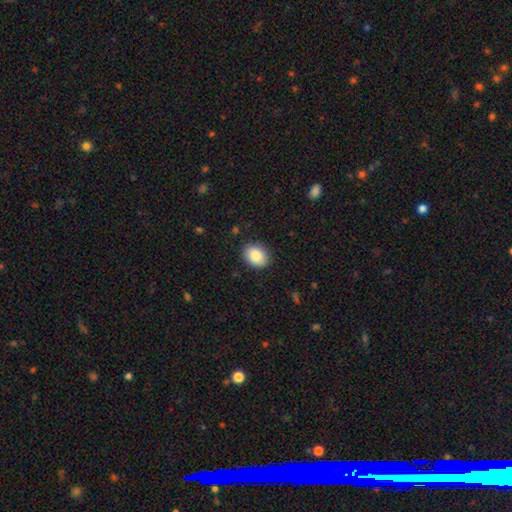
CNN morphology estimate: smooth 87%, star or artifact 7%, featured or disk 6%. Down the decision tree: how rounded — in between (63%); merging — none (88%).